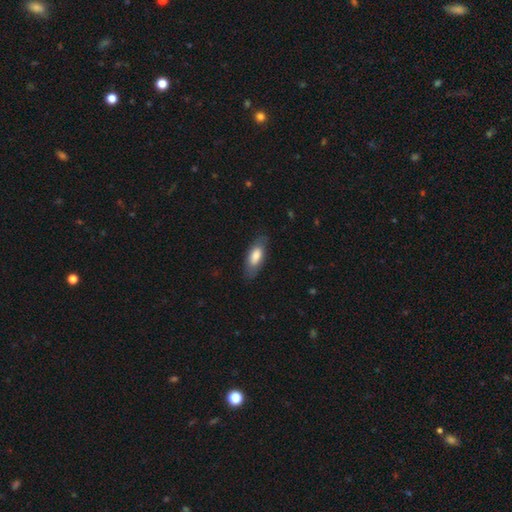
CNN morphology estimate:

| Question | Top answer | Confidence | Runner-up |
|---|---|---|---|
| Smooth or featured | smooth | 75% | featured or disk (19%) |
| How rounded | in between | 77% | cigar-shaped (21%) |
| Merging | none | 80% | minor disturbance (14%) |